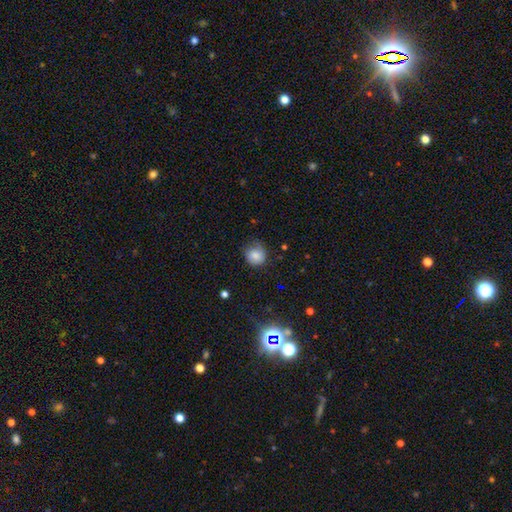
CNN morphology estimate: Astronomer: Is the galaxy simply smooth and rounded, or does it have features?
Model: smooth — 79%.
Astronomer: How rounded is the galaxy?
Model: round — 84%.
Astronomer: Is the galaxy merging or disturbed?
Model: none — 63%.